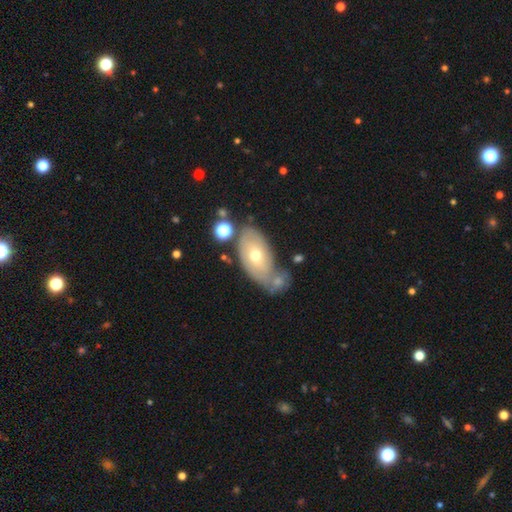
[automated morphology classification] type=smooth (49%); merging=none (44%).